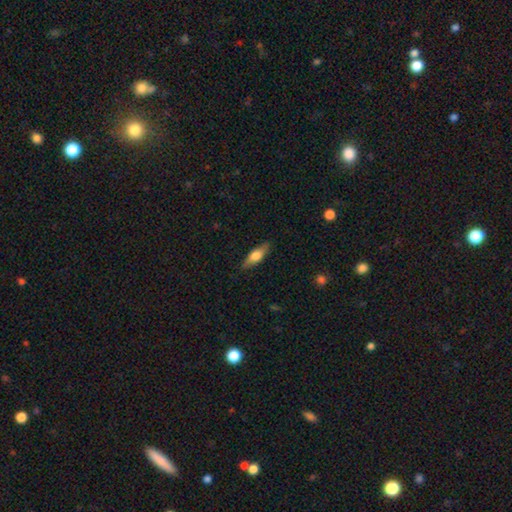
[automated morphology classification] type=smooth (58%); roundness=in between (55%); merging=none (85%).